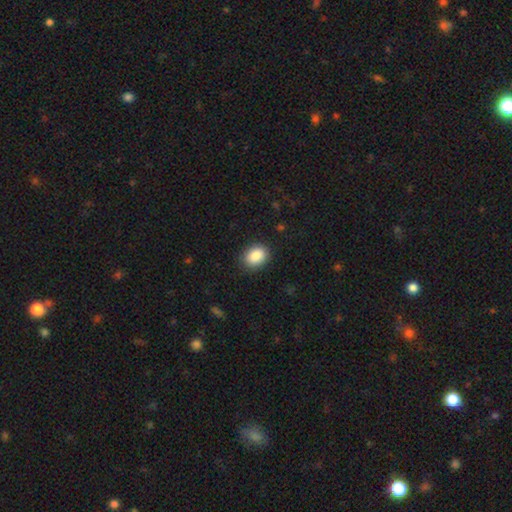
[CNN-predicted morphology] A smooth galaxy with no disk features (88%) that is in between round and cigar-shaped (71%). Merging: none (87%).